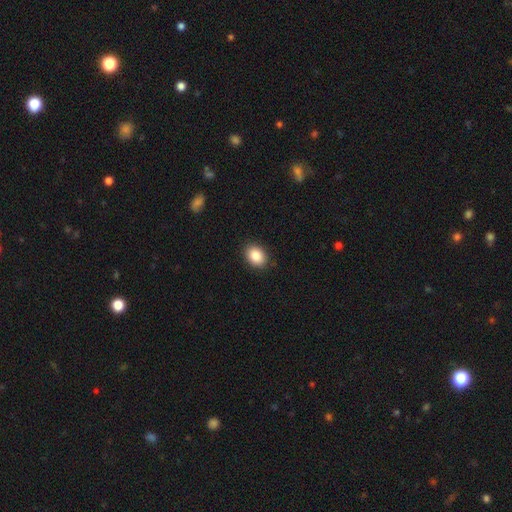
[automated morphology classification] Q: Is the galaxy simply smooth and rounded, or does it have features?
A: smooth — 87%.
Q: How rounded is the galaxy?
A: in between — 68%.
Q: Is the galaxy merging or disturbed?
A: none — 89%.